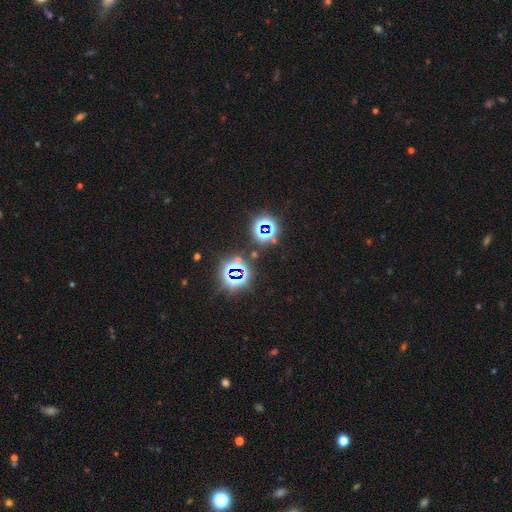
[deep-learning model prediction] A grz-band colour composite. It shows a star or artifact, not a galaxy (78%).